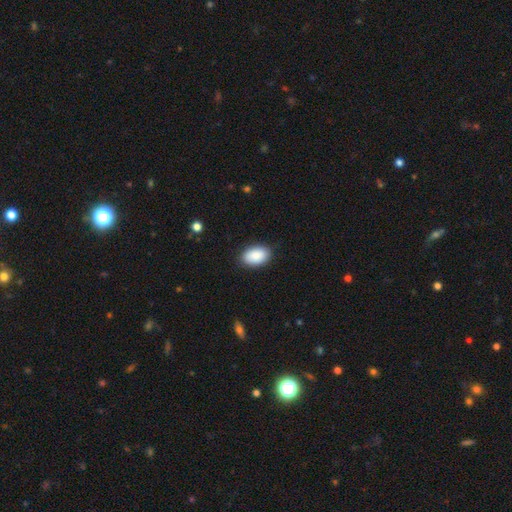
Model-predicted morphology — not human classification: smooth 90%, star or artifact 6%, featured or disk 4%. Down the decision tree: how rounded — in between (92%); merging — none (88%).